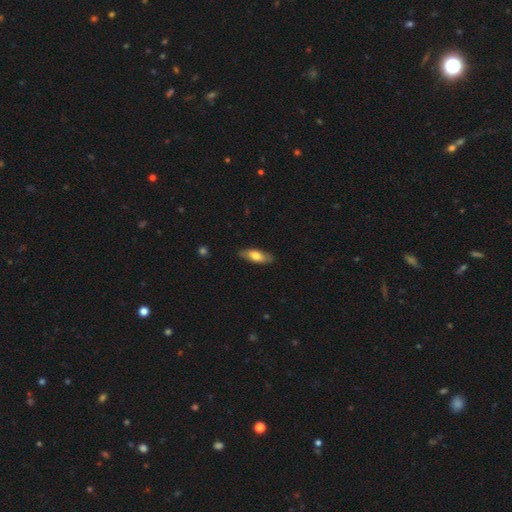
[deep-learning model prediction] The model was most divided on "smooth or featured": smooth: 68%, featured or disk: 26%, star or artifact: 6%. More confident: merging — none (82%); how rounded — in between (71%).